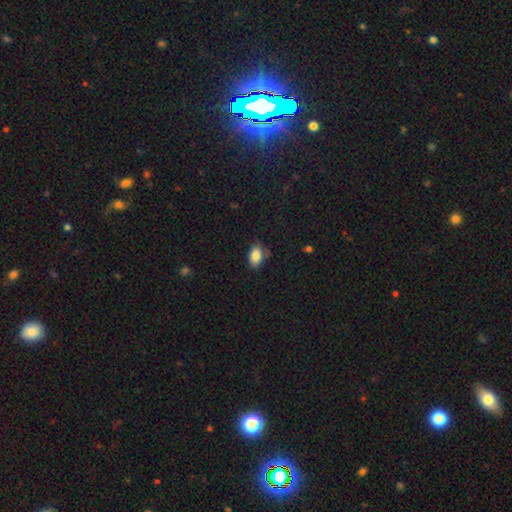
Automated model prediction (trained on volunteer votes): Overall: smooth (85%). How rounded: in between (90%). Merging: none (71%).